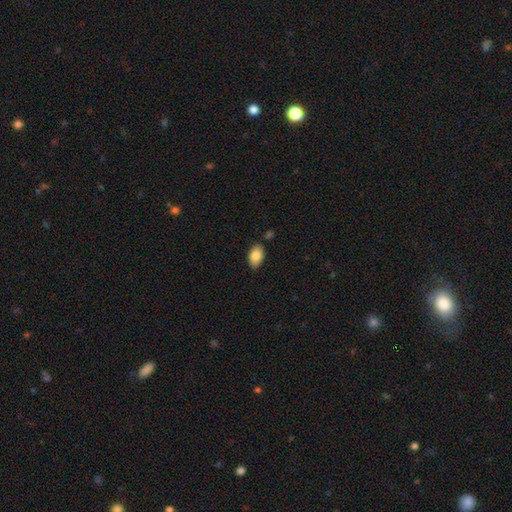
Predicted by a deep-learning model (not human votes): Smooth or featured?
  - smooth: 83% *
  - featured or disk: 10%
  - star or artifact: 7%
How rounded?
  - in between: 92% *
  - round: 6%
  - cigar-shaped: 2%
Merging?
  - none: 83% *
  - minor disturbance: 12%
  - merger: 3%
  - major disturbance: 2%